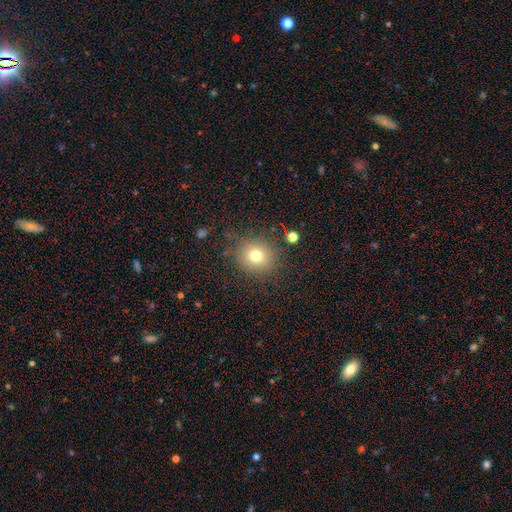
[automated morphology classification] Q: Smooth or featured?
A: smooth (73%); runner-up: star or artifact (15%)
Q: How rounded?
A: round (85%); runner-up: in between (14%)
Q: Merging?
A: none (82%); runner-up: minor disturbance (11%)